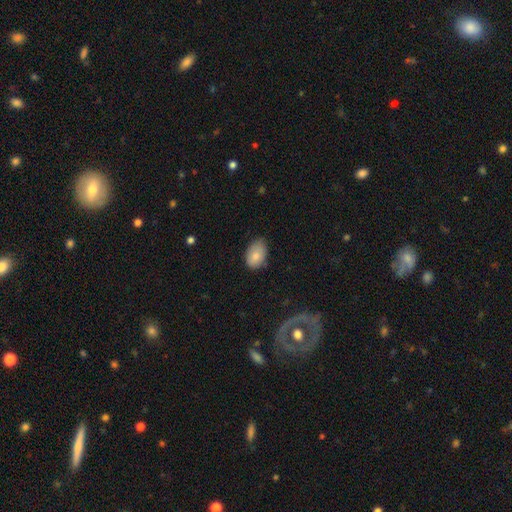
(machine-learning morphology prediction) A smooth galaxy with no disk features (81%) that is in between round and cigar-shaped (87%).

Vote fractions:
- Smooth or featured? smooth: 81% / featured or disk: 12% / star or artifact: 7%
- How rounded? in between: 87% / round: 12% / cigar-shaped: 1%
- Merging? none: 67% / minor disturbance: 27% / major disturbance: 4% / merger: 1%